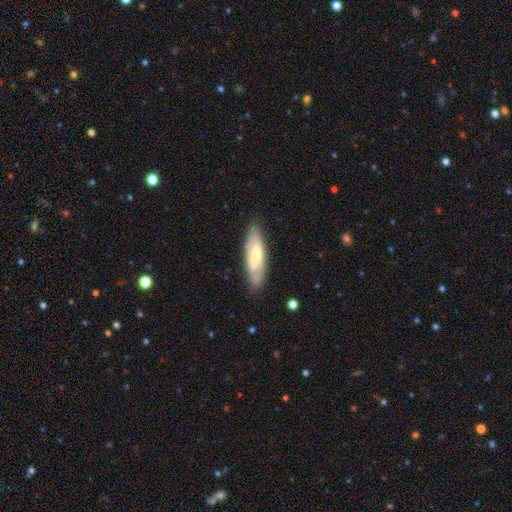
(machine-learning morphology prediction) Smooth or featured?
  - smooth: 47% * (tied)
  - featured or disk: 47% * (tied)
  - star or artifact: 6%
Merging?
  - none: 80% *
  - minor disturbance: 14%
  - major disturbance: 4%
  - merger: 2%